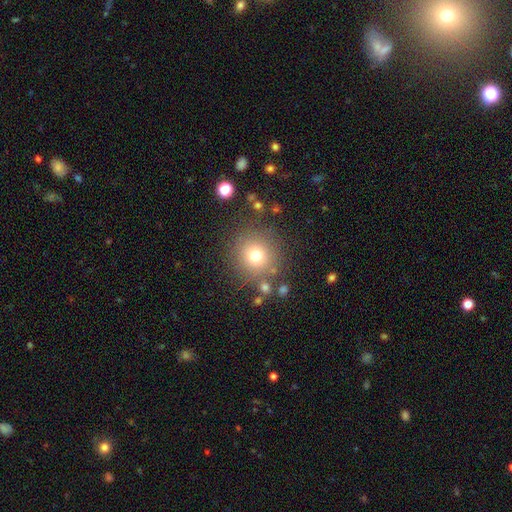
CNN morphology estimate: Q: Smooth or featured?
A: smooth (73%); runner-up: star or artifact (15%)
Q: How rounded?
A: round (93%); runner-up: in between (7%)
Q: Merging?
A: none (81%); runner-up: minor disturbance (9%)